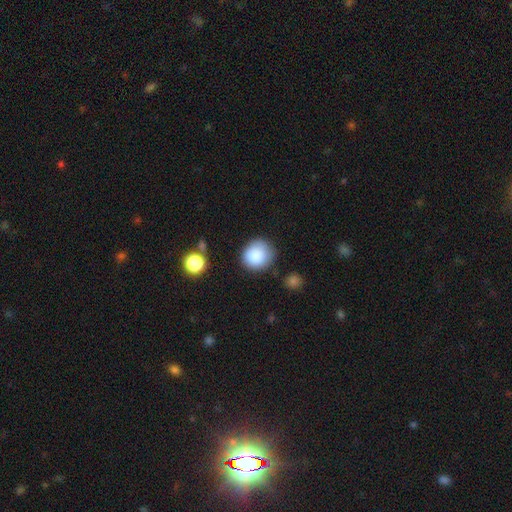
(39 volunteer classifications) Smooth or featured? 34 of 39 (87%) said smooth. How rounded? 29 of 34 (85%) said round. Merging? 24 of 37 (65%) said none.